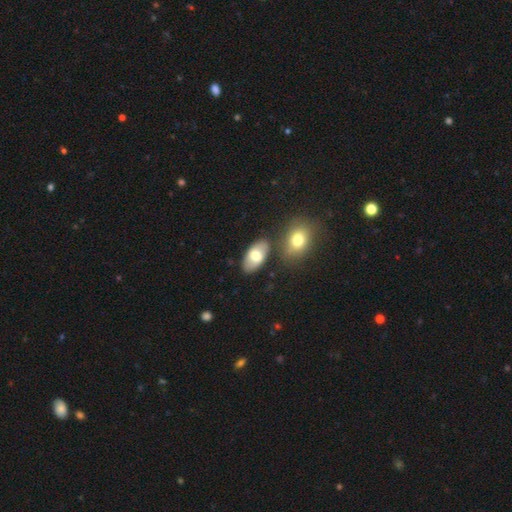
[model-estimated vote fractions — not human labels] Morphology: type=smooth (71%); roundness=in between (94%); merging=none (76%).